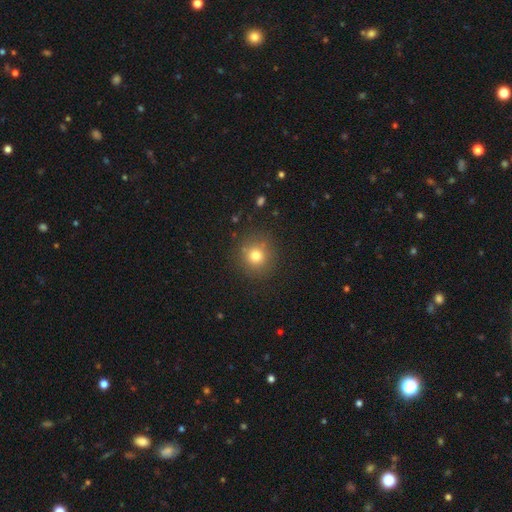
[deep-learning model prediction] This is likely a smooth galaxy (78%). How rounded: clearly round (93%). Merging: clearly none (86%).